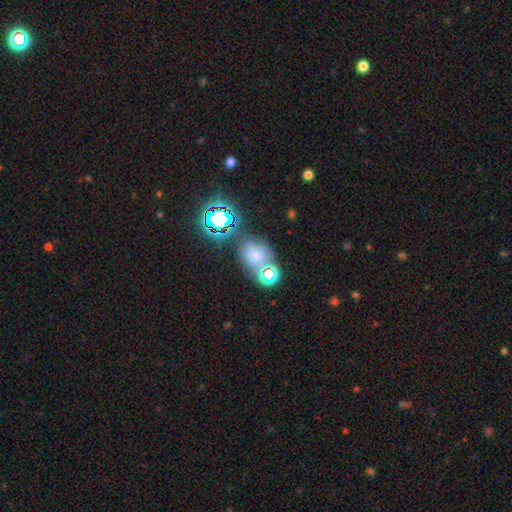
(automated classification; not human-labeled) This is possibly a smooth galaxy (49%). Merging: possibly none (60%).